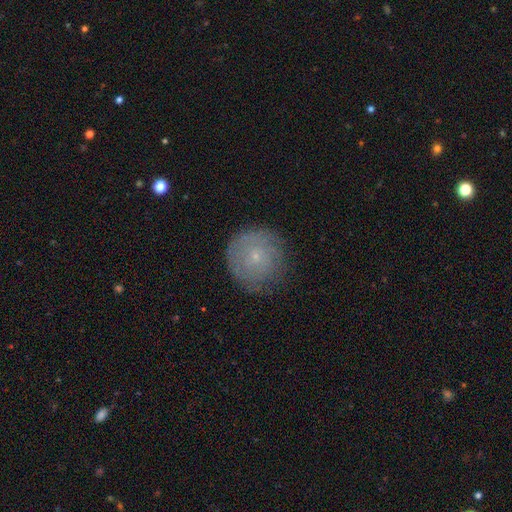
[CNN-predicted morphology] This appears to be a smooth galaxy with no disk features (48%). Merging: none (79%).